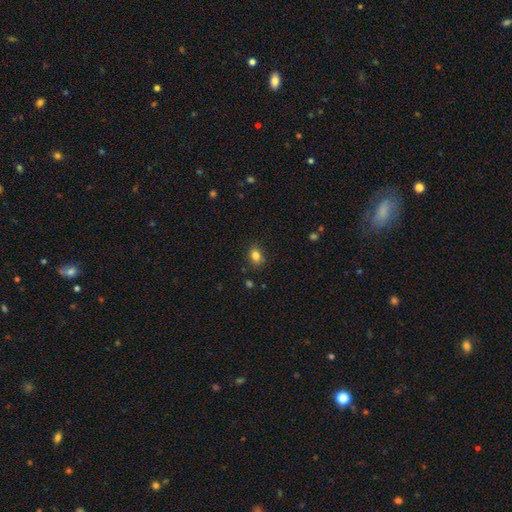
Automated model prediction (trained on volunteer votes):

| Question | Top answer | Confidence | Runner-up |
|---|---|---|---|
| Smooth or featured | smooth | 82% | star or artifact (11%) |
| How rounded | in between | 63% | round (36%) |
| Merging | none | 84% | minor disturbance (11%) |